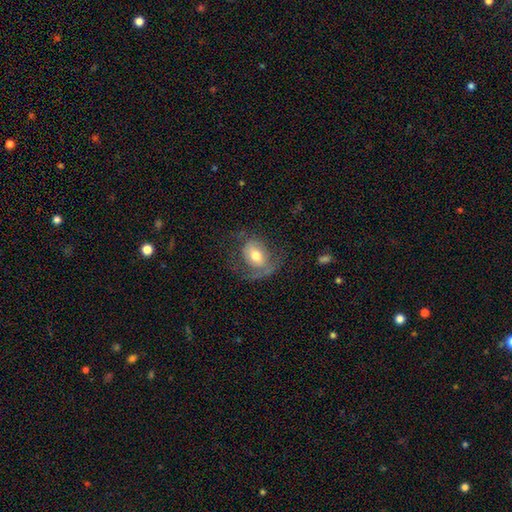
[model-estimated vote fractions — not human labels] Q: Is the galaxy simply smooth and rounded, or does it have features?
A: smooth — 48%.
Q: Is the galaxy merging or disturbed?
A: none — 45%.